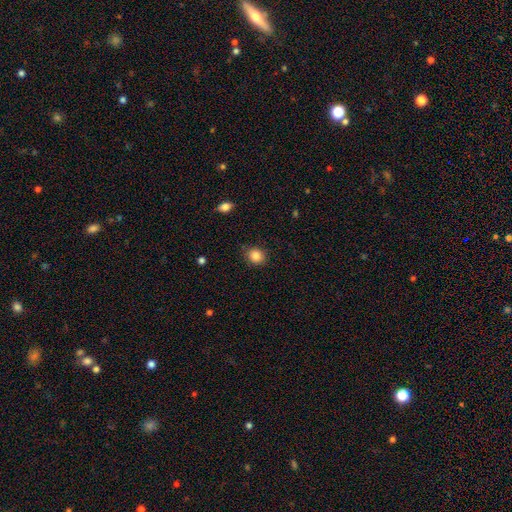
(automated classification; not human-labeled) smooth_or_featured: smooth (p=0.85) [alt: star or artifact p=0.10]
how_rounded: round (p=0.76) [alt: in between p=0.23]
merging: none (p=0.85) [alt: minor disturbance p=0.11]